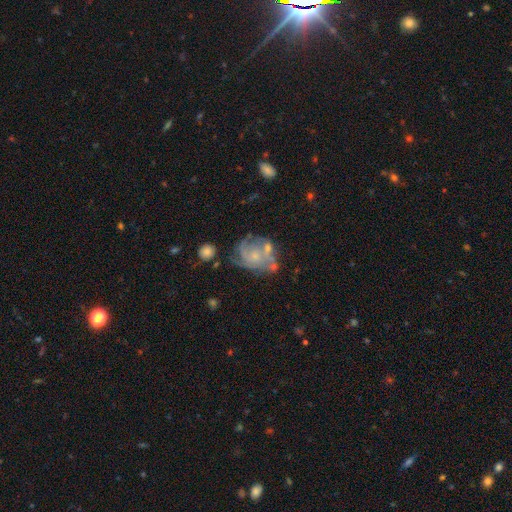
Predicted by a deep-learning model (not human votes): This appears to be a featured or disk galaxy (72%) with no bar (79%), tight (46%) spiral arms (79%) and a small central bulge (63%). Merging: none (47%).